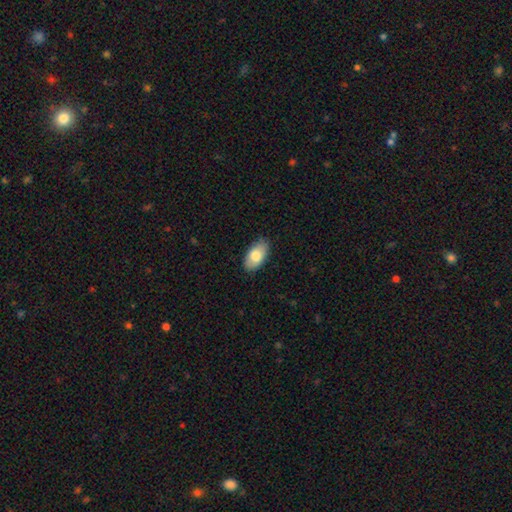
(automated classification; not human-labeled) Smooth or featured? smooth (79%)
How rounded? in between (95%)
Merging? none (84%)